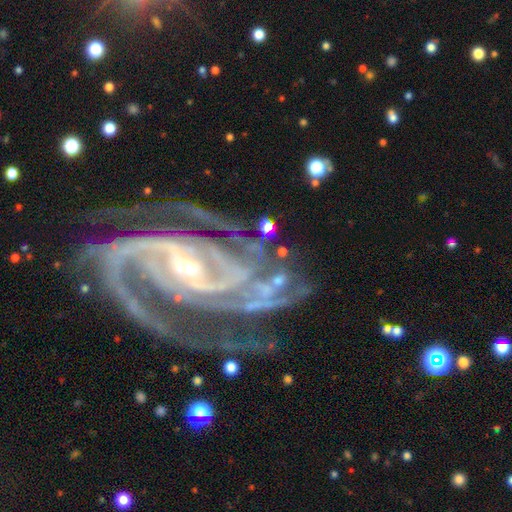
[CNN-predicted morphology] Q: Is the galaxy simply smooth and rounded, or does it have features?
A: featured or disk — 93%.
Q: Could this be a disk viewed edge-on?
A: no — 97%.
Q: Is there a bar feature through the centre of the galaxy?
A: strong — 44%.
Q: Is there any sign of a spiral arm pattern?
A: yes — 99%.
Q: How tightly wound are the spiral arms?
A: tight — 56%.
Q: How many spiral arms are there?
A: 2 — 40%.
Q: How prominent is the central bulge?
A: small — 66%.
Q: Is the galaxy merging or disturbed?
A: none — 67%.